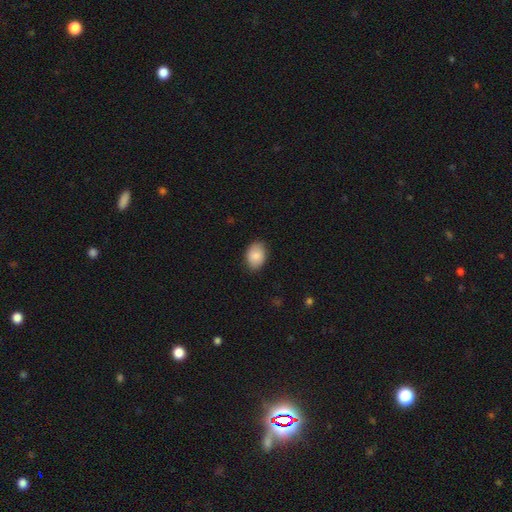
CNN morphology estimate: smooth 86%, featured or disk 7%, star or artifact 7%. Down the decision tree: how rounded — in between (77%); merging — none (83%).